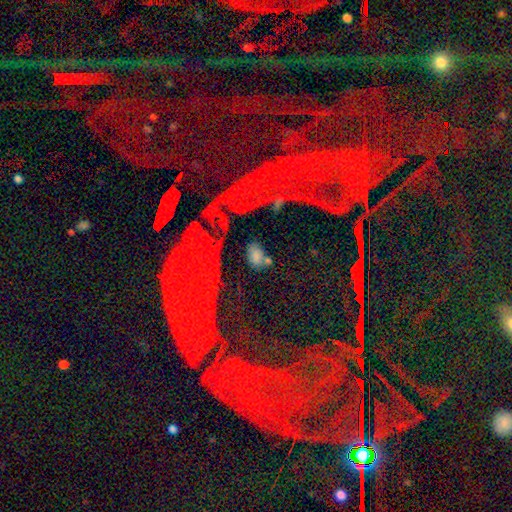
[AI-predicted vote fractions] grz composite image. It shows a smooth galaxy with no disk features (63%) that is in between round and cigar-shaped (73%). Merging: none (62%).